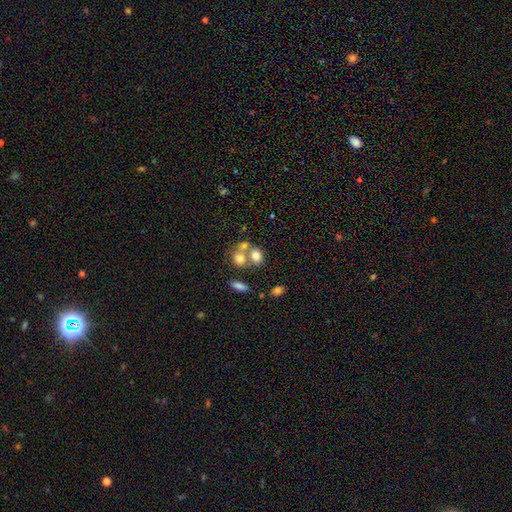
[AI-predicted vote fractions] A smooth galaxy with no disk features (70%) that is round (59%). Merging: merger (51%).